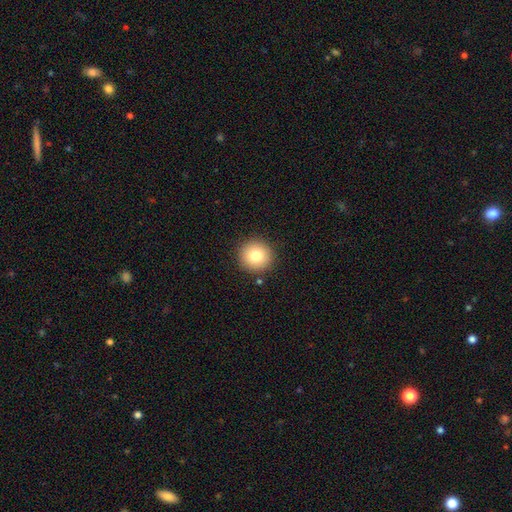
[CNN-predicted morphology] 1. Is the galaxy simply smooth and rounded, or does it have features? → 81% smooth, 10% star or artifact, 9% featured or disk.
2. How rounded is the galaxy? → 94% round, 5% in between, 1% cigar-shaped.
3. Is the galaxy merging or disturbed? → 90% none, 6% minor disturbance, 2% major disturbance, 2% merger.